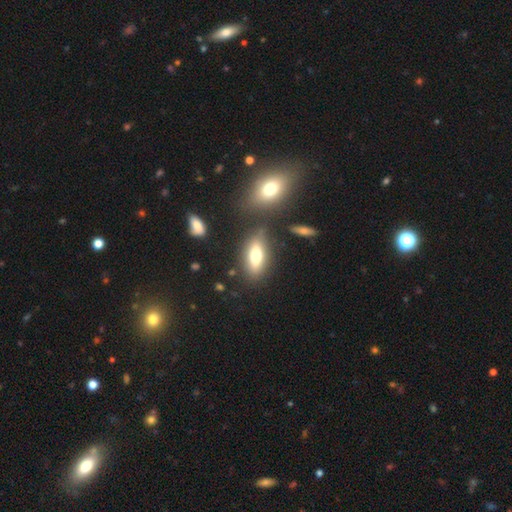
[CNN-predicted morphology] type=smooth (65%); roundness=in between (74%); merging=none (76%).